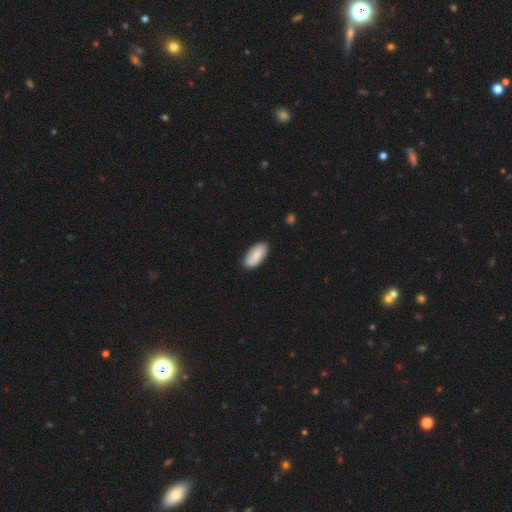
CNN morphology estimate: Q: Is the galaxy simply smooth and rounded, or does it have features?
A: smooth — 84%.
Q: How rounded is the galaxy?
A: in between — 91%.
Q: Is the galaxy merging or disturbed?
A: none — 85%.